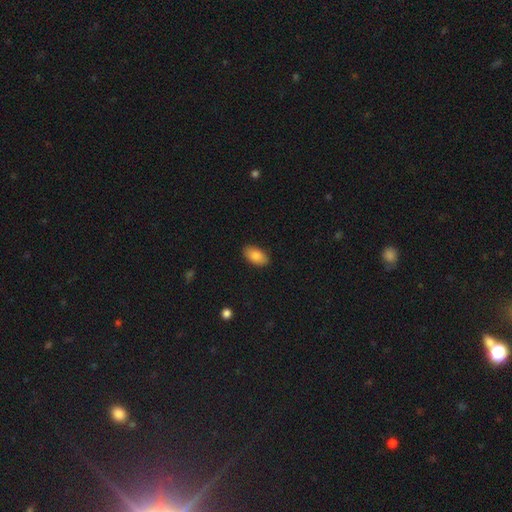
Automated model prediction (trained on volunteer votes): Smooth or featured: smooth — 84% (featured or disk — 9%)
How rounded: in between — 94% (round — 4%)
Merging: none — 87% (minor disturbance — 10%)